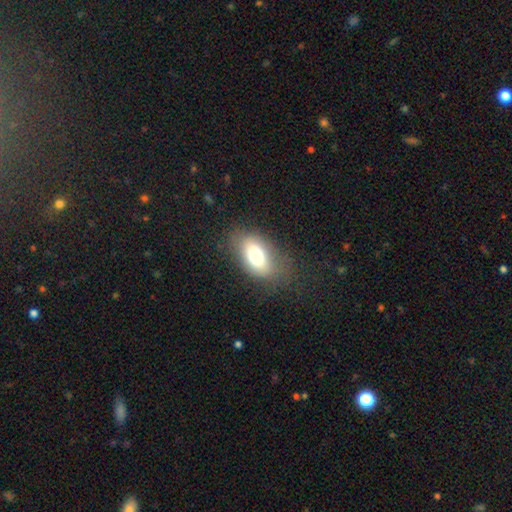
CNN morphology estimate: smooth 74%, featured or disk 16%, star or artifact 9%. Down the decision tree: how rounded — in between (89%); merging — none (71%).